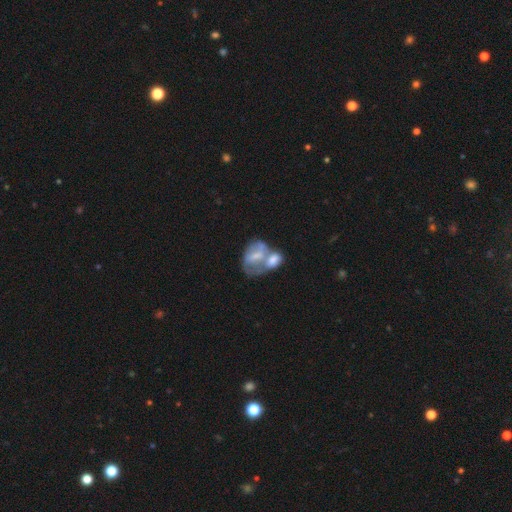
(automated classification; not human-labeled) Smooth or featured? featured or disk (50%)
Edge-on disk? no (96%)
Merging? merger (67%)